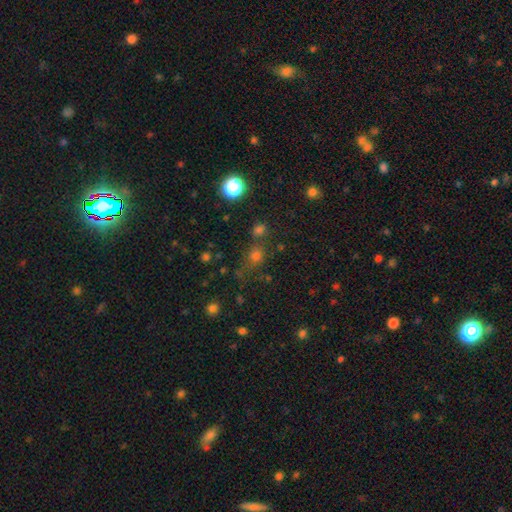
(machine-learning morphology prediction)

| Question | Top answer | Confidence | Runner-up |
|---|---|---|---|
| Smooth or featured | star or artifact | 62% | smooth (29%) |